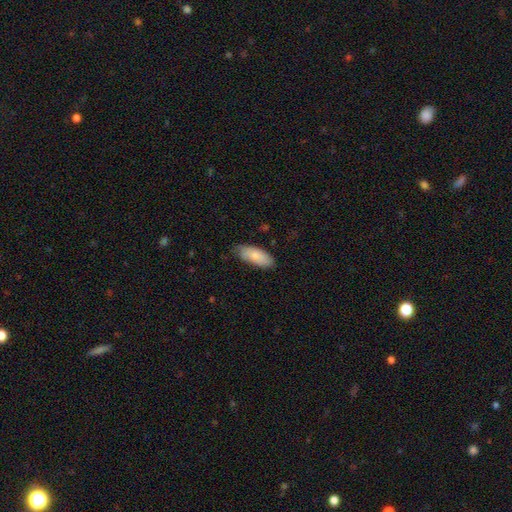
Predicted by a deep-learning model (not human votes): Smooth or featured?
  - smooth: 81% *
  - featured or disk: 13%
  - star or artifact: 6%
How rounded?
  - in between: 82% *
  - cigar-shaped: 16%
  - round: 2%
Merging?
  - none: 73% *
  - minor disturbance: 22%
  - major disturbance: 3%
  - merger: 1%